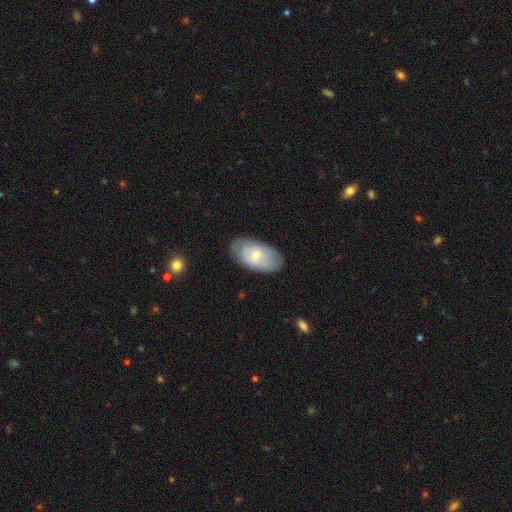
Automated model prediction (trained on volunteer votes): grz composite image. It shows a smooth galaxy with no disk features (58%) that is in between round and cigar-shaped (94%). Merging: none (79%).